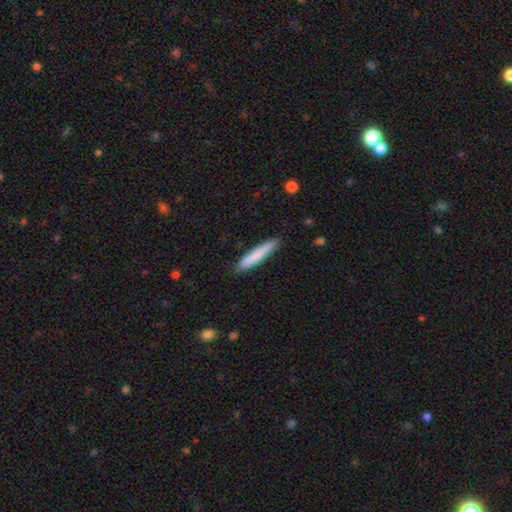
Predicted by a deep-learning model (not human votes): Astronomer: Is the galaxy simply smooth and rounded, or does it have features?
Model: smooth — 80%.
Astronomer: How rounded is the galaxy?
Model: cigar-shaped — 92%.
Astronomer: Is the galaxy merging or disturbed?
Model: none — 87%.